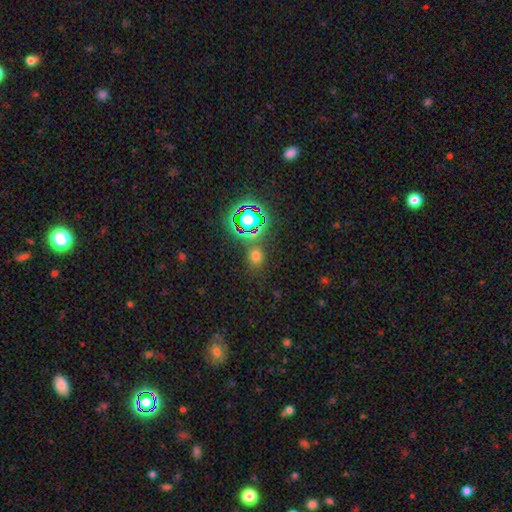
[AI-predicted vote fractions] Smooth or featured? Predicted: smooth (p=0.59). How rounded? Predicted: round (p=0.75). Merging? Predicted: none (p=0.76).